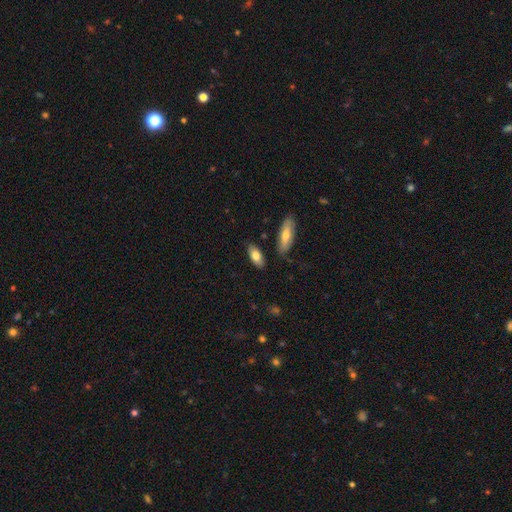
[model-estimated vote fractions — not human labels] Overall: smooth (75%). How rounded: in between (83%). Merging: none (80%).